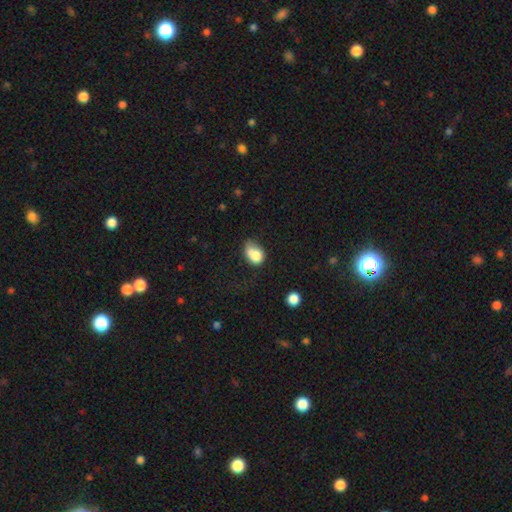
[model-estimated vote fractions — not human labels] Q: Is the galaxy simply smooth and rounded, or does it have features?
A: smooth — 78%.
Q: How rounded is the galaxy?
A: in between — 66%.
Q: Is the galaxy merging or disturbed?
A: minor disturbance — 34%.